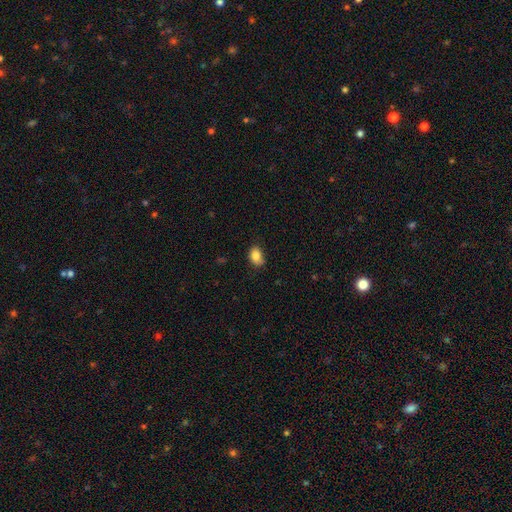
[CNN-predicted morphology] Smooth or featured? smooth (85%)
How rounded? in between (78%)
Merging? none (77%)